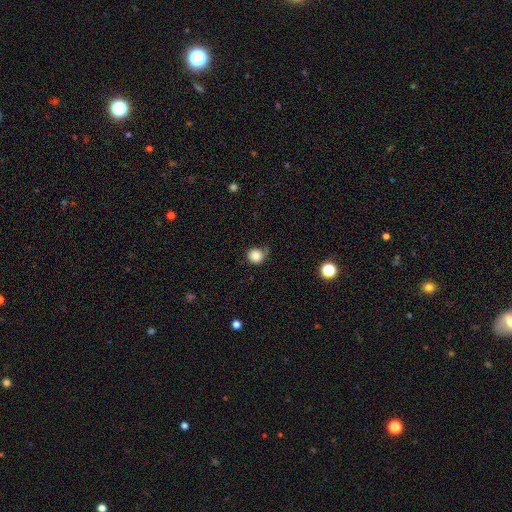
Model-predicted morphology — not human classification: Overall: smooth (84%). How rounded: round (87%). Merging: none (58%; minor disturbance 28%).